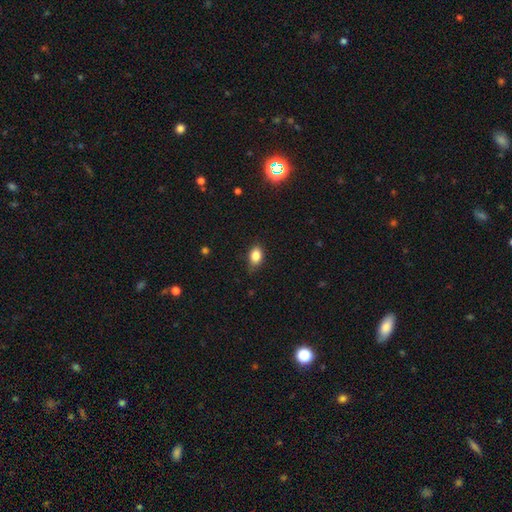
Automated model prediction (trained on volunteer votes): Smooth or featured?
  - smooth: 85% *
  - star or artifact: 9%
  - featured or disk: 6%
How rounded?
  - in between: 81% *
  - round: 17%
  - cigar-shaped: 2%
Merging?
  - none: 76% *
  - minor disturbance: 19%
  - major disturbance: 3%
  - merger: 1%